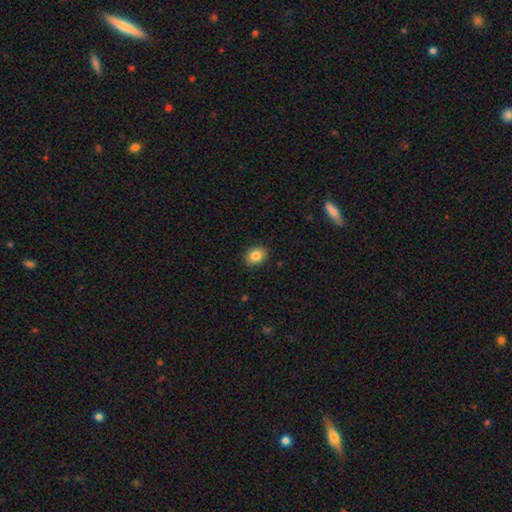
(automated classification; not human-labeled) Smooth or featured?
  - smooth: 85% *
  - star or artifact: 9%
  - featured or disk: 6%
How rounded?
  - in between: 59% *
  - round: 40%
  - cigar-shaped: 1%
Merging?
  - none: 88% *
  - minor disturbance: 9%
  - major disturbance: 2%
  - merger: 1%